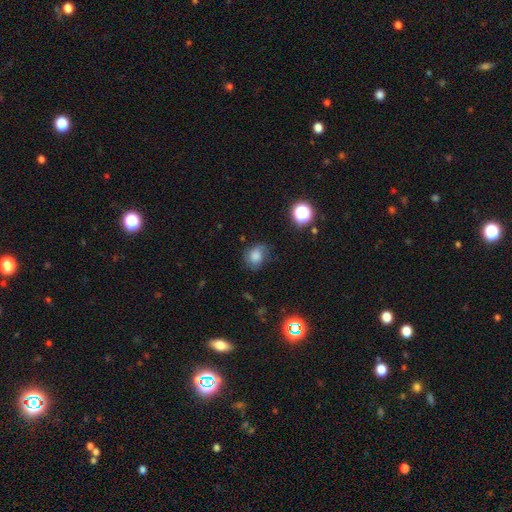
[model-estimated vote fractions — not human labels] Smooth or featured? Predicted: smooth (p=0.71). How rounded? Predicted: round (p=0.54). Merging? Predicted: none (p=0.63).